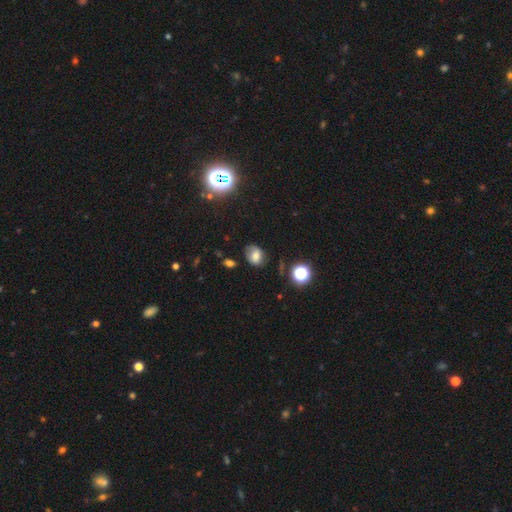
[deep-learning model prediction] Smooth or featured? Predicted: smooth (p=0.59). How rounded? Predicted: in between (p=0.57). Merging? Predicted: none (p=0.60).